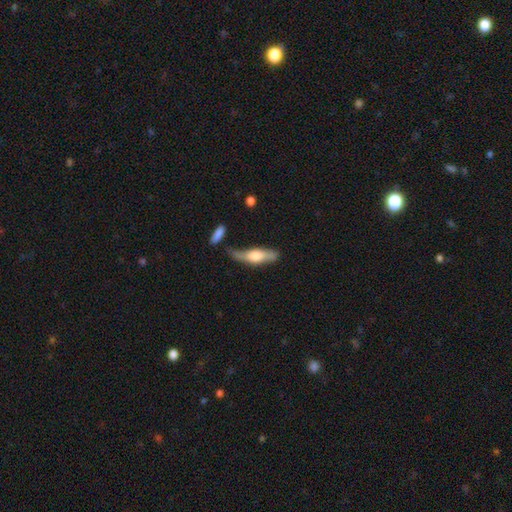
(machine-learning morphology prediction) The model was most divided on "smooth or featured": smooth: 51%, featured or disk: 44%, star or artifact: 6%. Remaining: how rounded — cigar-shaped (60%); merging — none (49%).